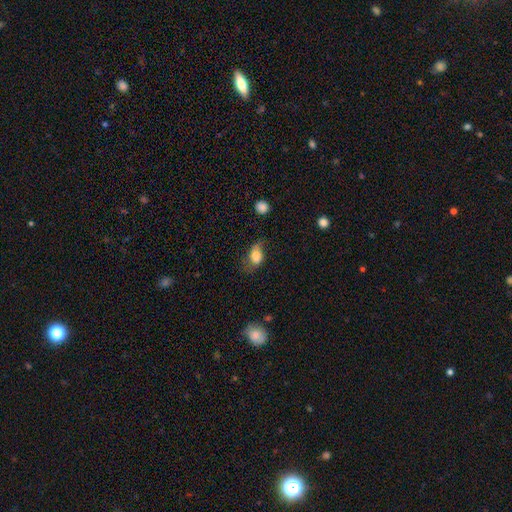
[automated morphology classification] Smooth or featured? Predicted: smooth (p=0.76). How rounded? Predicted: in between (p=0.82). Merging? Predicted: none (p=0.45).